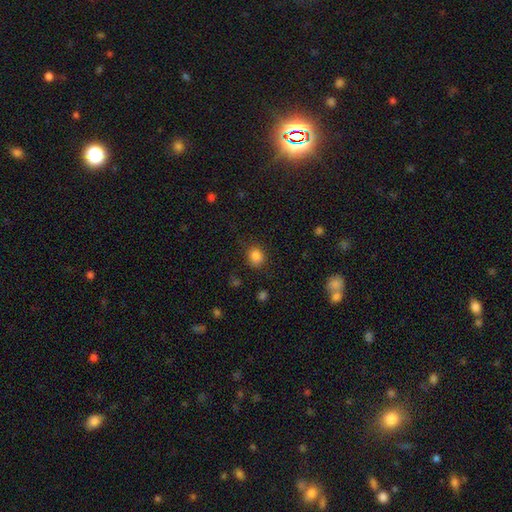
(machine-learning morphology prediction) Smooth or featured?
  - smooth: 83% *
  - star or artifact: 12%
  - featured or disk: 5%
How rounded?
  - round: 71% *
  - in between: 28%
  - cigar-shaped: 1%
Merging?
  - none: 76% *
  - minor disturbance: 17%
  - major disturbance: 5%
  - merger: 2%